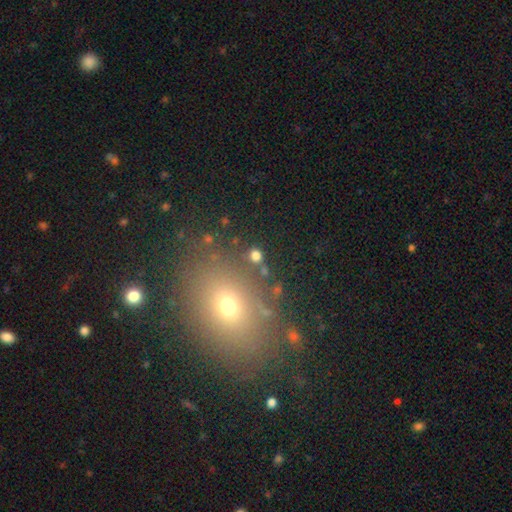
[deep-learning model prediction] smooth 74%, star or artifact 18%, featured or disk 8%. Down the decision tree: how rounded — round (76%); merging — none (79%).